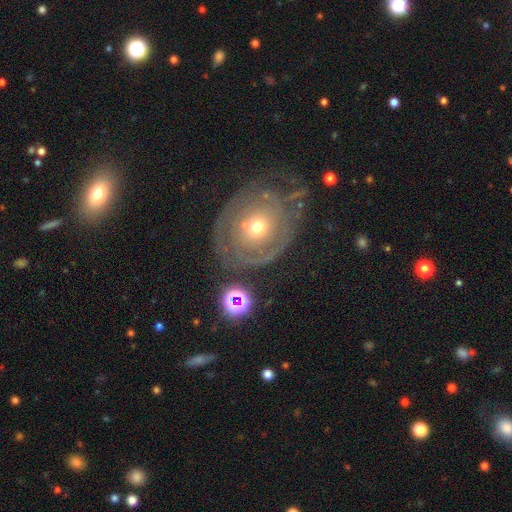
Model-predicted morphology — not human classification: smooth_or_featured: featured or disk (p=0.80) [alt: star or artifact p=0.10]
disk_edge_on: no (p=0.96) [alt: yes p=0.04]
bar: no (p=0.78) [alt: weak p=0.17]
has_spiral_arms: yes (p=0.90) [alt: no p=0.10]
spiral_winding: tight (p=0.79) [alt: medium p=0.16]
spiral_arm_count: 2 (p=0.33) [alt: can't tell p=0.32]
bulge_size: moderate (p=0.52) [alt: small p=0.42]
merging: none (p=0.76) [alt: minor disturbance p=0.14]